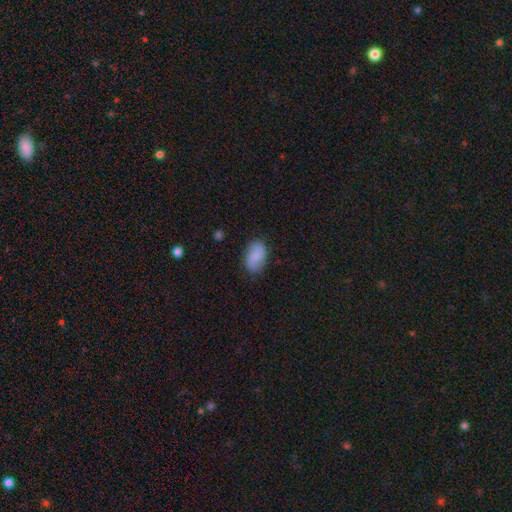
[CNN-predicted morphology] type=smooth (69%); roundness=in between (89%); merging=none (76%).